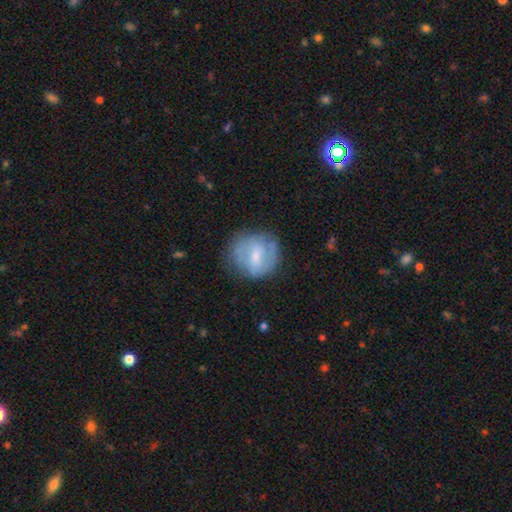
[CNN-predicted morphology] A featured or disk galaxy (60%) with a weak bar (52%), spiral arms (73%) and a small central bulge (46%).

Vote fractions:
- Smooth or featured? featured or disk: 60% / smooth: 33% / star or artifact: 7%
- Edge-on disk? no: 97% / yes: 3%
- Bar? weak: 52% / strong: 28% / no: 20%
- Spiral arms? yes: 73% / no: 27%
- Bulge size? small: 46% / moderate: 40% / none: 10% / large: 4% / dominant: 1%
- Merging? none: 71% / minor disturbance: 20% / major disturbance: 8% / merger: 2%